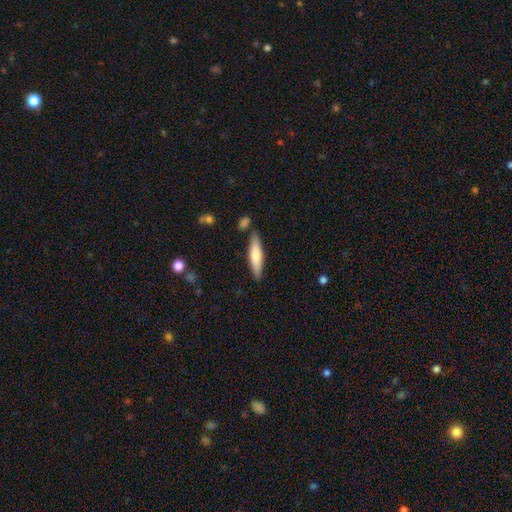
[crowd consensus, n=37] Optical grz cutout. It shows a smooth galaxy with no disk features (65%) that is cigar-shaped (92%). Merging: none (74%).